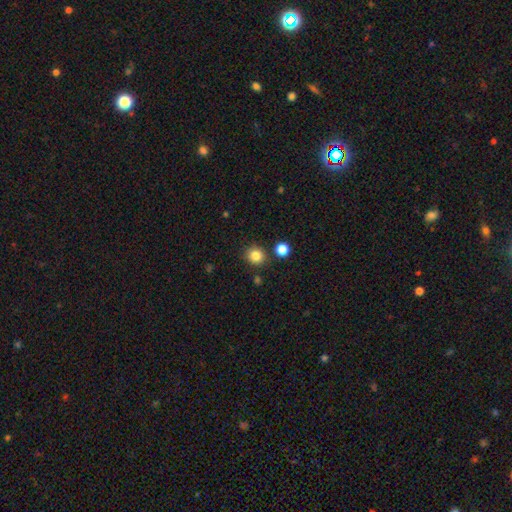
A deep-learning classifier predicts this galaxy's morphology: Q: Smooth or featured?
A: smooth (84%); runner-up: star or artifact (12%)
Q: How rounded?
A: round (88%); runner-up: in between (11%)
Q: Merging?
A: none (85%); runner-up: minor disturbance (7%)